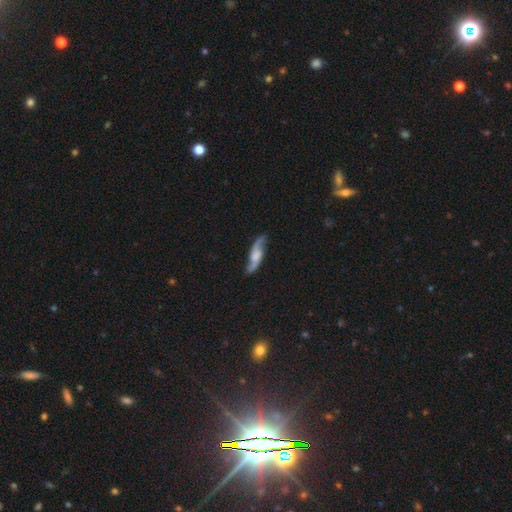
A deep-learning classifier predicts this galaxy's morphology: smooth_or_featured: featured or disk (p=0.76) [alt: smooth p=0.18]
disk_edge_on: no (p=0.82) [alt: yes p=0.18]
bar: no (p=0.52) [alt: weak p=0.38]
has_spiral_arms: yes (p=0.95) [alt: no p=0.05]
spiral_winding: loose (p=0.66) [alt: medium p=0.27]
spiral_arm_count: 2 (p=0.92) [alt: can't tell p=0.03]
bulge_size: none (p=0.31) [alt: moderate p=0.28]
merging: none (p=0.79) [alt: minor disturbance p=0.14]